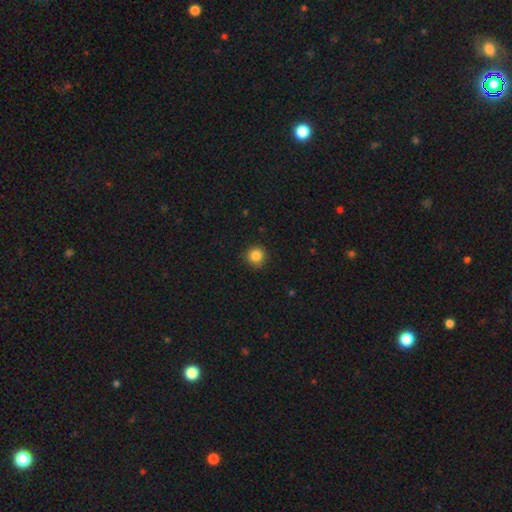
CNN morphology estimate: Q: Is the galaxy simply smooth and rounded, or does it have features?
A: smooth — 84%.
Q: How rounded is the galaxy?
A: round — 93%.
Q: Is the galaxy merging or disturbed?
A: none — 88%.